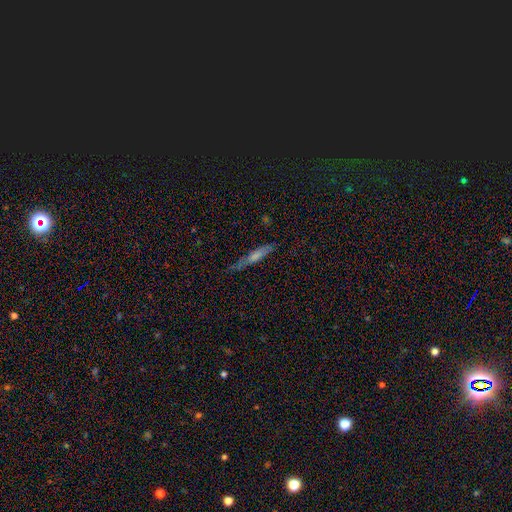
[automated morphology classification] type=featured or disk (46%); merging=none (78%).